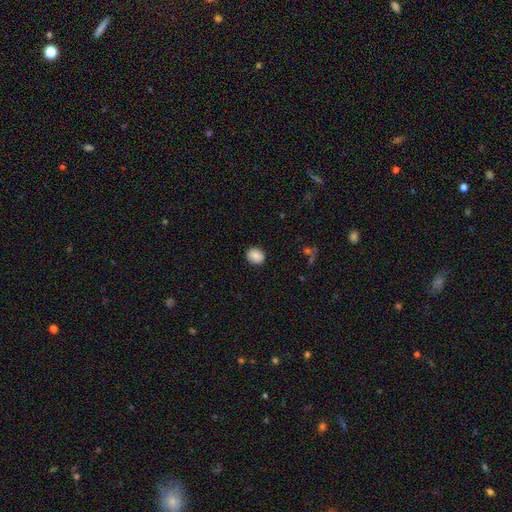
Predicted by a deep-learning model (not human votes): Smooth or featured?
  - smooth: 85% *
  - star or artifact: 8%
  - featured or disk: 7%
How rounded?
  - round: 56% *
  - in between: 43%
  - cigar-shaped: 1%
Merging?
  - none: 88% *
  - minor disturbance: 9%
  - major disturbance: 2%
  - merger: 1%